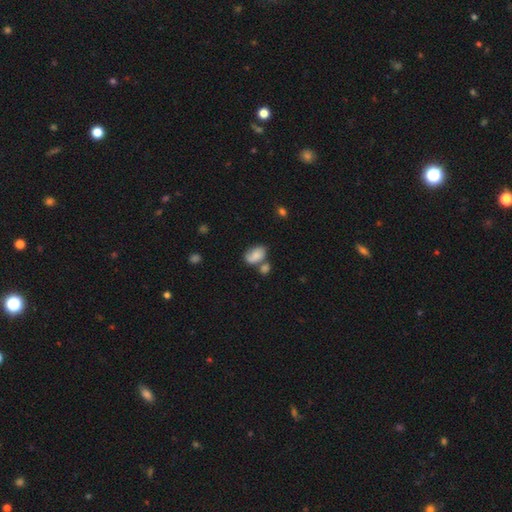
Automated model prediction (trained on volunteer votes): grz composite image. It shows a smooth galaxy with no disk features (69%) that is in between round and cigar-shaped (88%). Merging: none (39%).